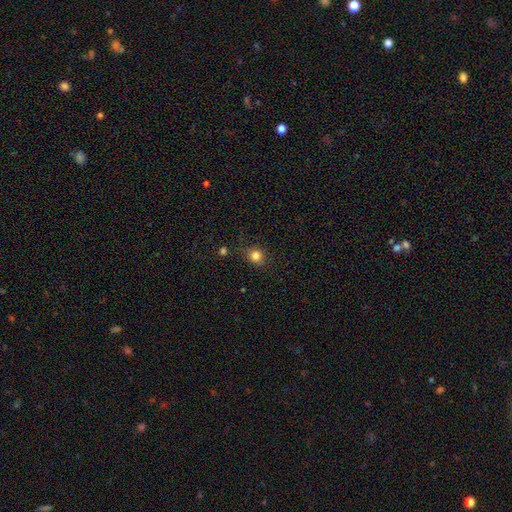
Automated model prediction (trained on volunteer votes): Q: Smooth or featured?
A: smooth (82%); runner-up: star or artifact (13%)
Q: How rounded?
A: round (82%); runner-up: in between (17%)
Q: Merging?
A: none (80%); runner-up: minor disturbance (13%)